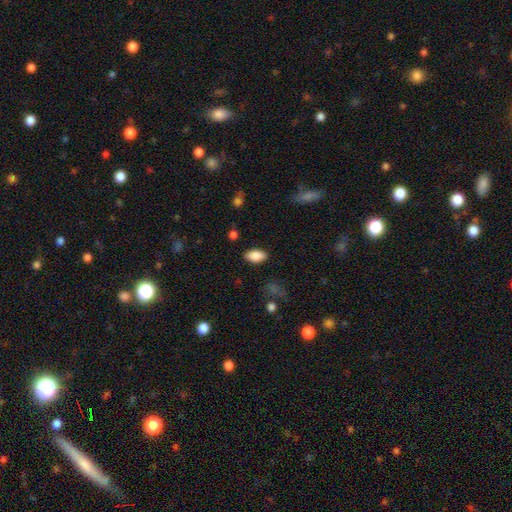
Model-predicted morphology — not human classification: Overall: smooth (86%). How rounded: in between (93%). Merging: none (85%).